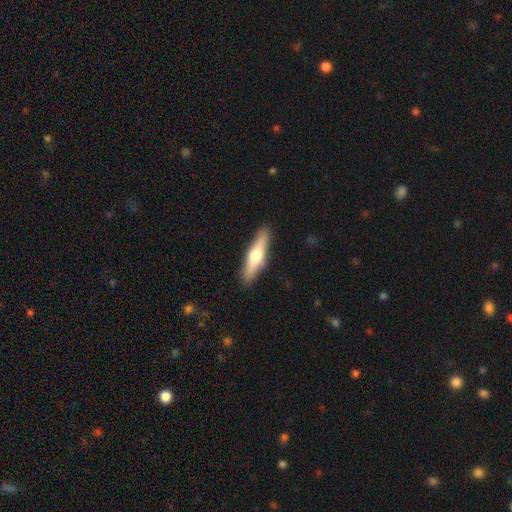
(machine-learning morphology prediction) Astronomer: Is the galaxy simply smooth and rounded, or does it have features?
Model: smooth — 50% (runner-up: featured or disk, 45%).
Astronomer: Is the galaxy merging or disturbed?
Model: none — 89%.